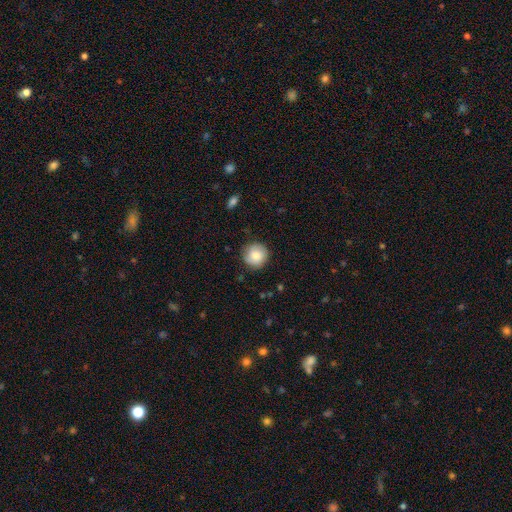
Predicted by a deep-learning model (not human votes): Smooth or featured? Predicted: smooth (p=0.83). How rounded? Predicted: round (p=0.94). Merging? Predicted: none (p=0.85).